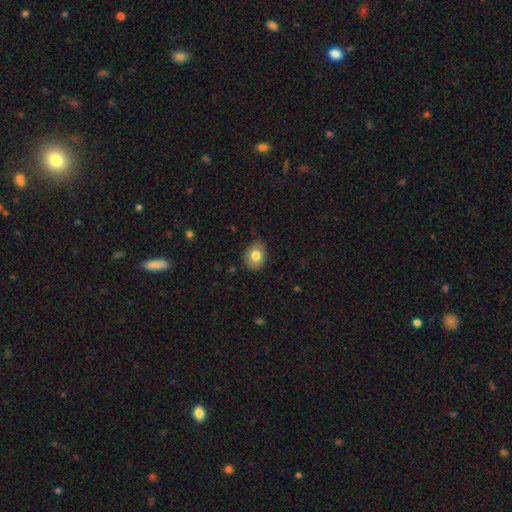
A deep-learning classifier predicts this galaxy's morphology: Smooth or featured? Predicted: smooth (p=0.79). How rounded? Predicted: in between (p=0.61). Merging? Predicted: none (p=0.85).